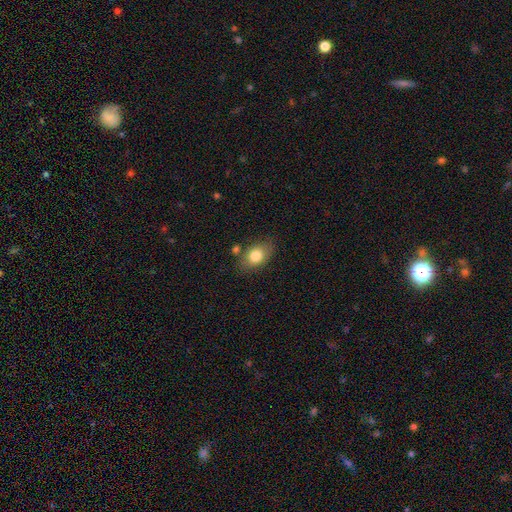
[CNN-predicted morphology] Overall: smooth (80%). How rounded: in between (79%). Merging: none (71%).